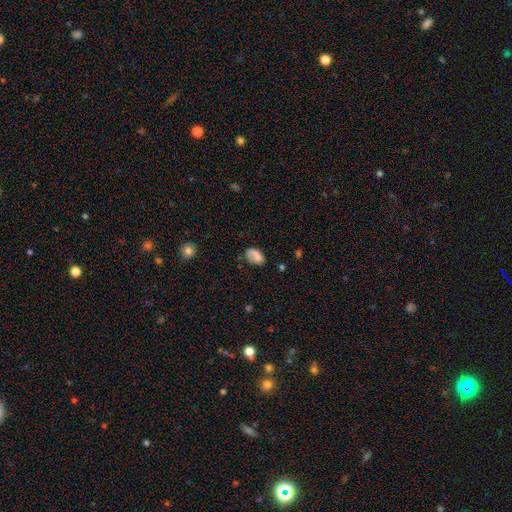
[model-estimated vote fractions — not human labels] This is likely a smooth galaxy (69%). How rounded: clearly in between (87%). Merging: possibly none (52%).